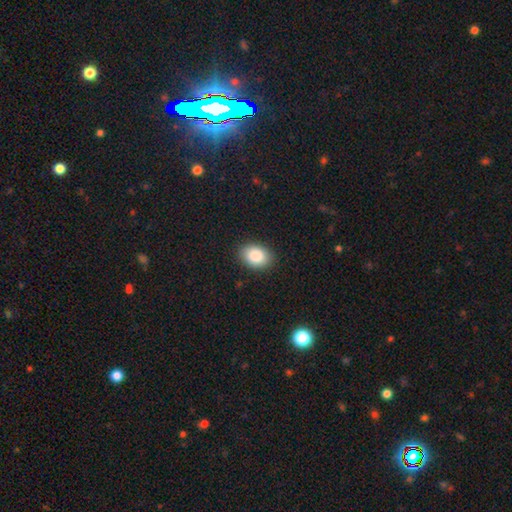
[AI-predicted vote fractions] The model was most divided on "how rounded": in between: 75%, round: 24%, cigar-shaped: 1%. More confident: merging — none (89%); smooth or featured — smooth (87%).